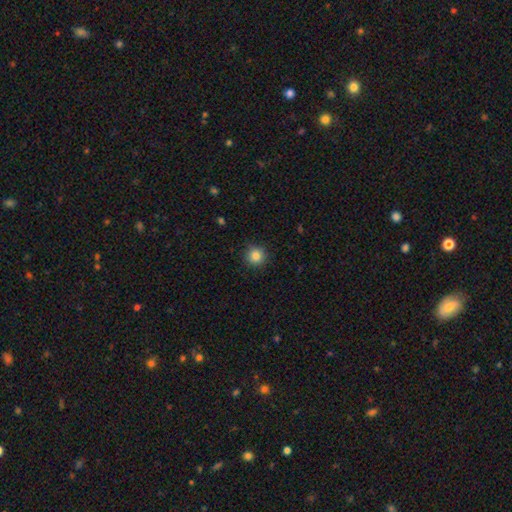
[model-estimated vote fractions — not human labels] The model was most divided on "smooth or featured": smooth: 85%, star or artifact: 11%, featured or disk: 5%. More confident: how rounded — round (94%); merging — none (91%).